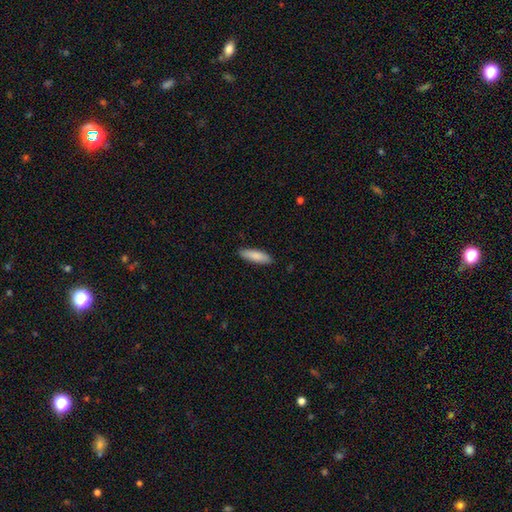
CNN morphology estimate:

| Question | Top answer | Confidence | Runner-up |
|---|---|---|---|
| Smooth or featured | smooth | 87% | featured or disk (8%) |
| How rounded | cigar-shaped | 51% | in between (47%) |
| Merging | none | 89% | minor disturbance (9%) |